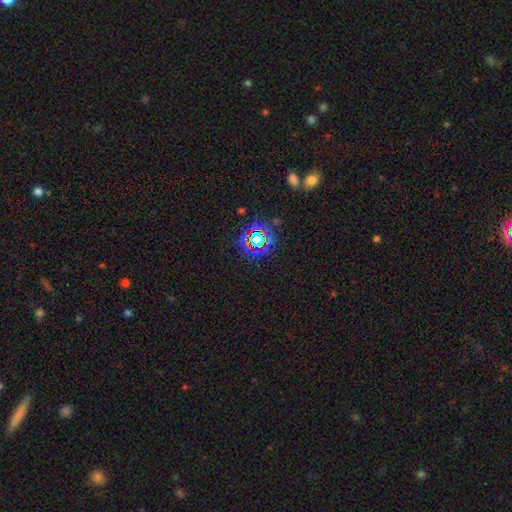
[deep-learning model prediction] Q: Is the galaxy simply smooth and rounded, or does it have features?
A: star or artifact — 69%.